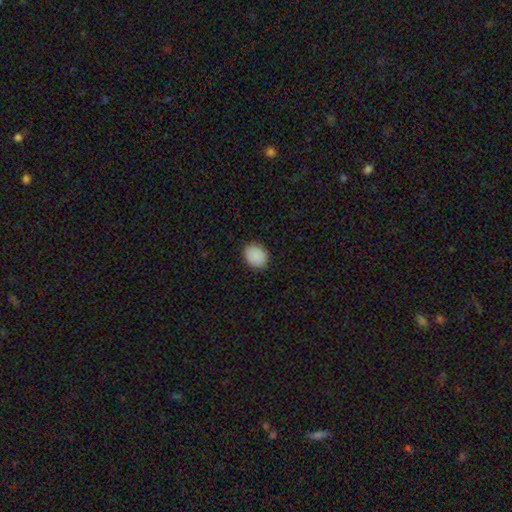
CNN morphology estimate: A smooth galaxy with no disk features (89%) that is round (56%). Merging: none (88%).